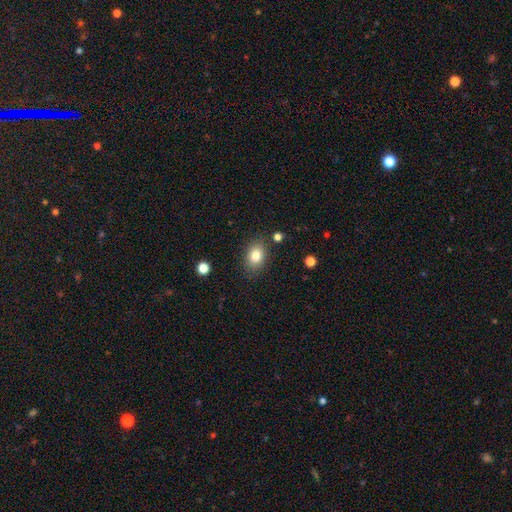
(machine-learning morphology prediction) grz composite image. It shows a smooth galaxy with no disk features (82%) that is in between round and cigar-shaped (74%). Merging: none (83%).